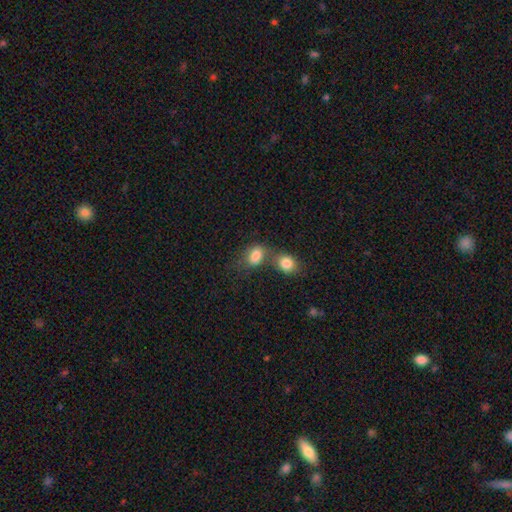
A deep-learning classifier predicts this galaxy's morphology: This is clearly a smooth galaxy (83%). How rounded: likely in between (70%). Merging: possibly merger (49%).